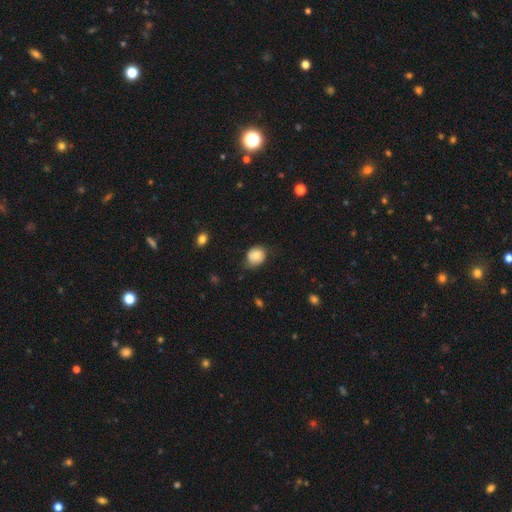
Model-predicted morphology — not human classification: smooth 78%, featured or disk 14%, star or artifact 8%. Down the decision tree: how rounded — round (68%); merging — none (63%).